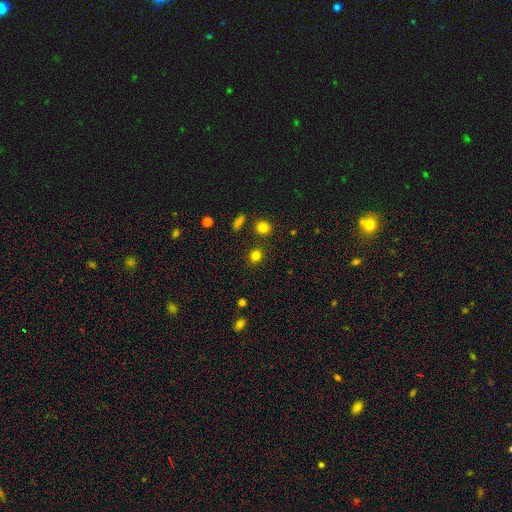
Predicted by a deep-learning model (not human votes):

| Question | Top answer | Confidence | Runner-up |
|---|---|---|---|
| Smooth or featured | smooth | 81% | star or artifact (14%) |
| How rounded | round | 86% | in between (13%) |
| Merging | none | 88% | minor disturbance (7%) |